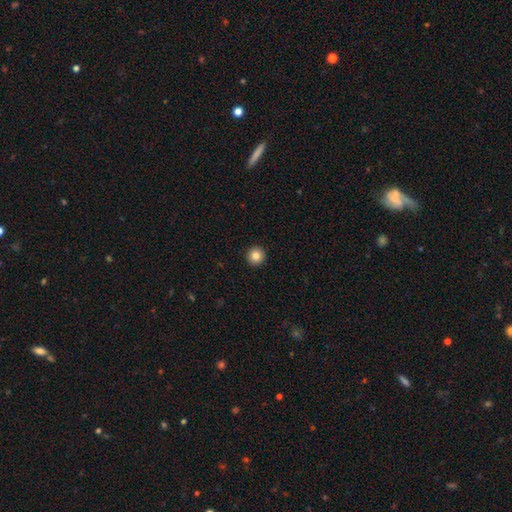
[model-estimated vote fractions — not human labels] The model was most divided on "smooth or featured": smooth: 84%, star or artifact: 10%, featured or disk: 6%. More confident: how rounded — round (96%); merging — none (94%).